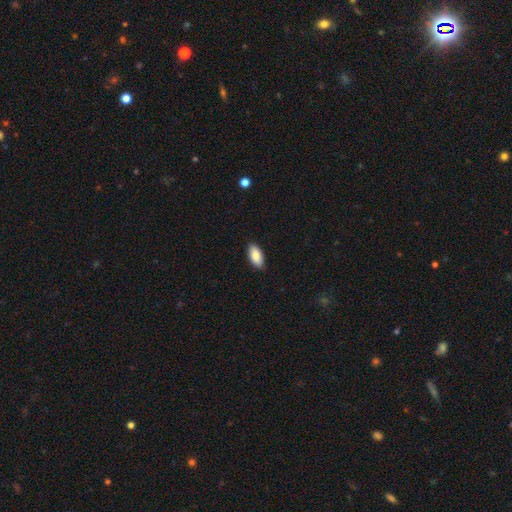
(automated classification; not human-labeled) This is clearly a smooth galaxy (88%). How rounded: clearly in between (92%). Merging: clearly none (86%).